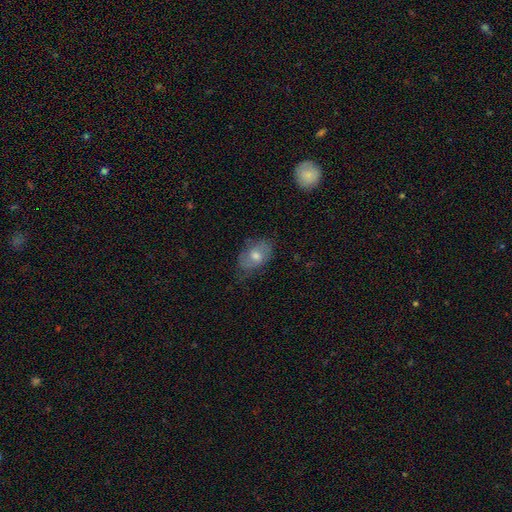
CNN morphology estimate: smooth 54%, featured or disk 38%, star or artifact 8%. Down the decision tree: how rounded — in between (83%); merging — none (64%).